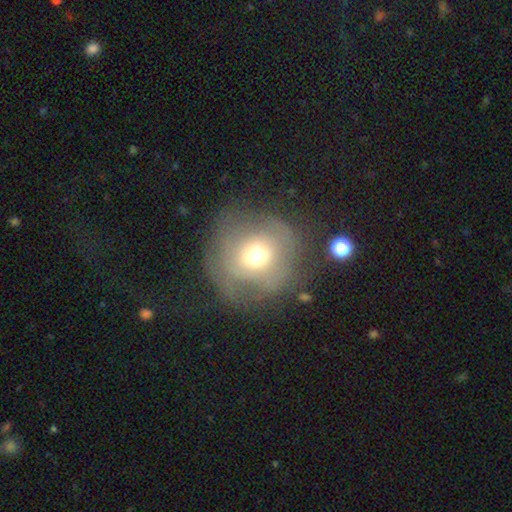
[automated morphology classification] This appears to be a smooth galaxy with no disk features (53%) that is round (87%). Merging: none (51%).